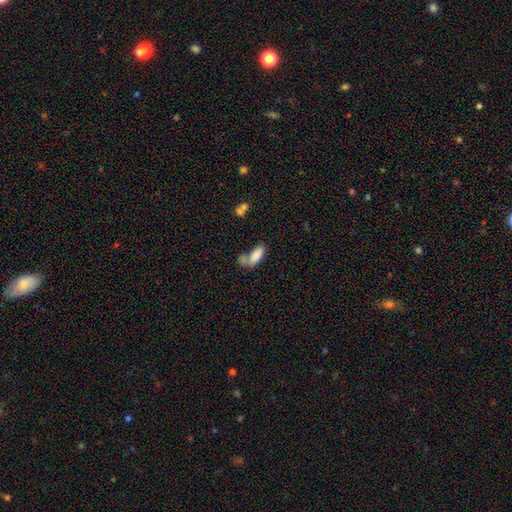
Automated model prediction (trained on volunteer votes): Morphology: type=smooth (82%); roundness=in between (79%); merging=none (38%).